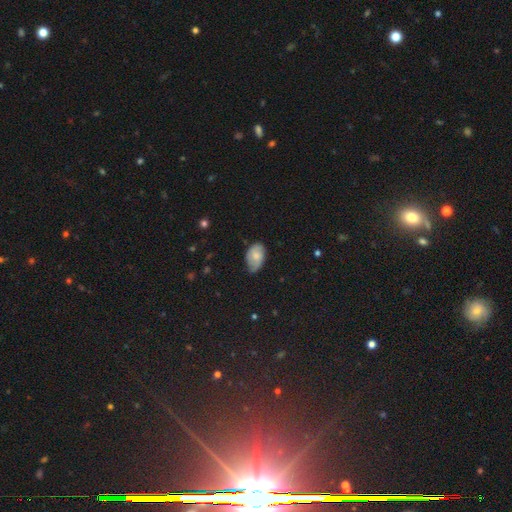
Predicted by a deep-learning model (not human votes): This is likely a smooth galaxy (71%). How rounded: clearly in between (91%). Merging: possibly none (53%).